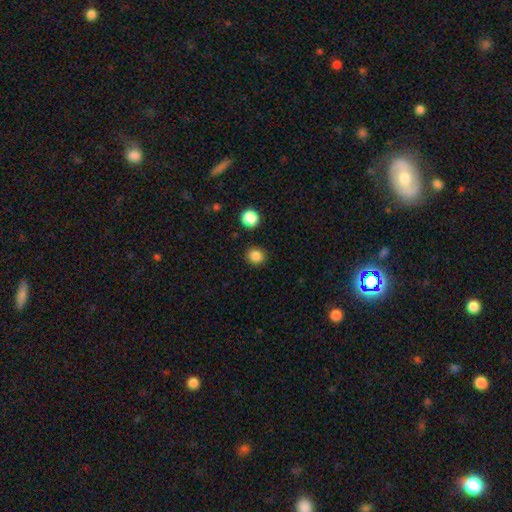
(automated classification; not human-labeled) Smooth or featured? smooth (85%)
How rounded? round (86%)
Merging? none (89%)